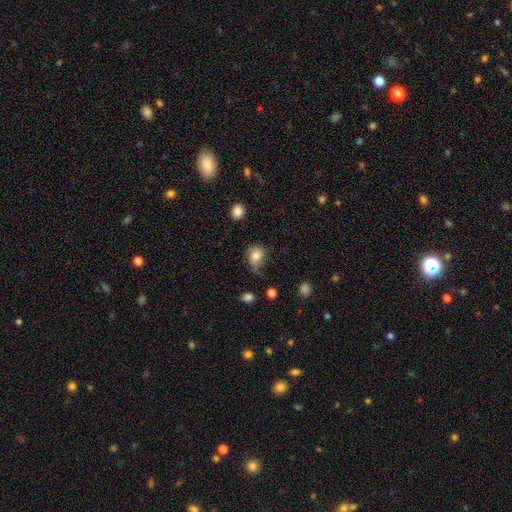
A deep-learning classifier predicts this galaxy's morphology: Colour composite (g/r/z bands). It shows a smooth galaxy with no disk features (77%) that is round (54%). Merging: none (53%).